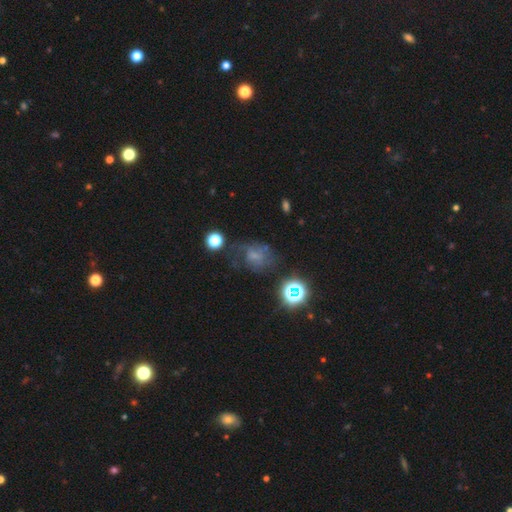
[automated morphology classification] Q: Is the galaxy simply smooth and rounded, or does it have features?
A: smooth — 42%.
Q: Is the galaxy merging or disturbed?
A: none — 41%.